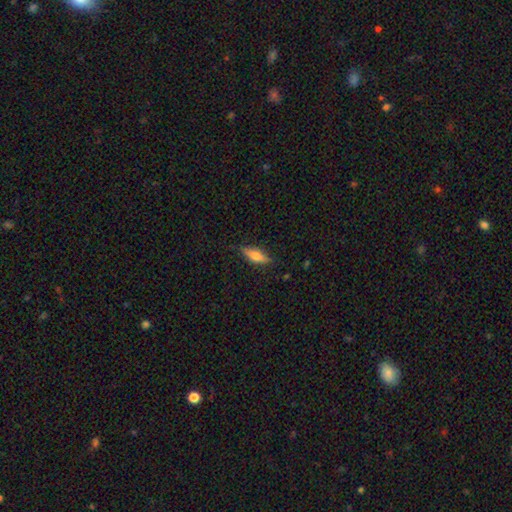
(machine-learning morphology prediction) Q: Smooth or featured?
A: smooth (50%); runner-up: featured or disk (42%)
Q: How rounded?
A: in between (52%); runner-up: cigar-shaped (45%)
Q: Merging?
A: none (79%); runner-up: minor disturbance (16%)